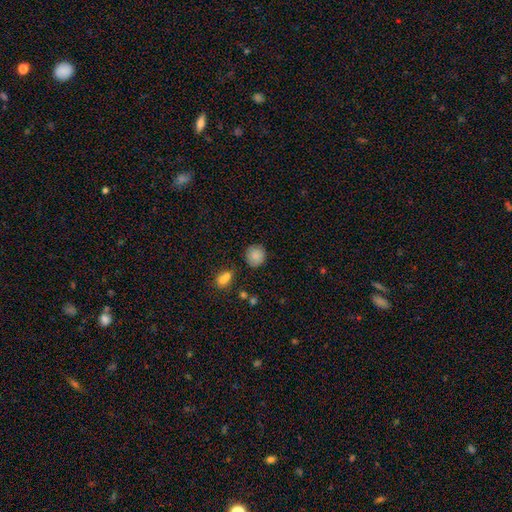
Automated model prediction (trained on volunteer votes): A smooth galaxy with no disk features (85%) that is round (86%).

Vote fractions:
- Smooth or featured? smooth: 85% / star or artifact: 9% / featured or disk: 6%
- How rounded? round: 86% / in between: 13% / cigar-shaped: 1%
- Merging? none: 82% / minor disturbance: 12% / major disturbance: 3% / merger: 3%